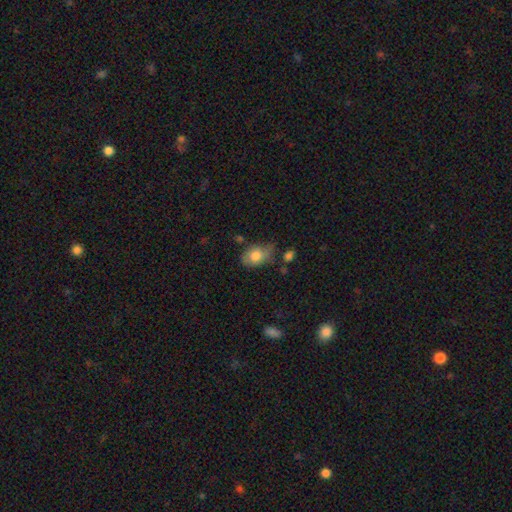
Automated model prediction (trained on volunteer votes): smooth 78%, featured or disk 15%, star or artifact 8%. Down the decision tree: how rounded — in between (77%); merging — none (52%).